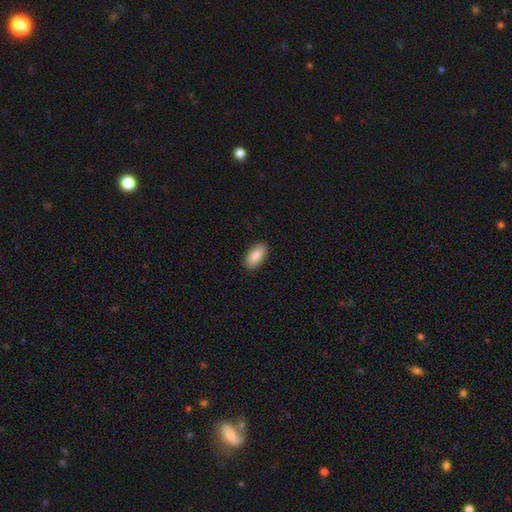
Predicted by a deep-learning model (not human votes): Q: Smooth or featured?
A: smooth (86%); runner-up: featured or disk (8%)
Q: How rounded?
A: in between (93%); runner-up: cigar-shaped (4%)
Q: Merging?
A: none (90%); runner-up: minor disturbance (8%)